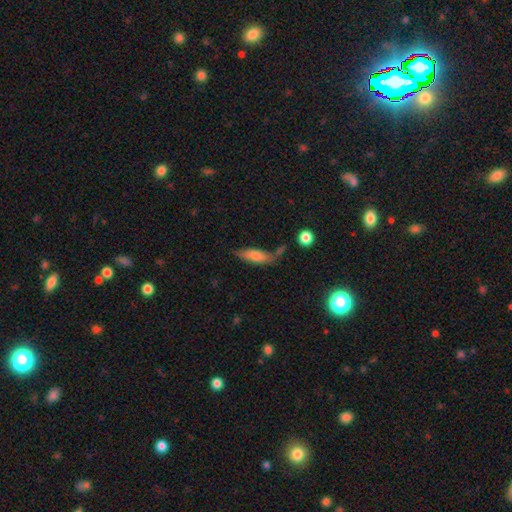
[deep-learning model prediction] smooth 73%, featured or disk 20%, star or artifact 7%. Down the decision tree: how rounded — in between (52%); merging — none (56%).